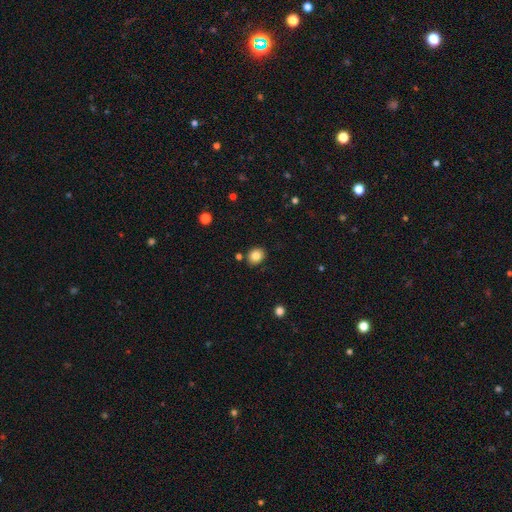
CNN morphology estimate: A smooth galaxy with no disk features (83%) that is round (65%).

Vote fractions:
- Smooth or featured? smooth: 83% / star or artifact: 10% / featured or disk: 7%
- How rounded? round: 65% / in between: 34% / cigar-shaped: 1%
- Merging? none: 86% / minor disturbance: 9% / merger: 3% / major disturbance: 2%